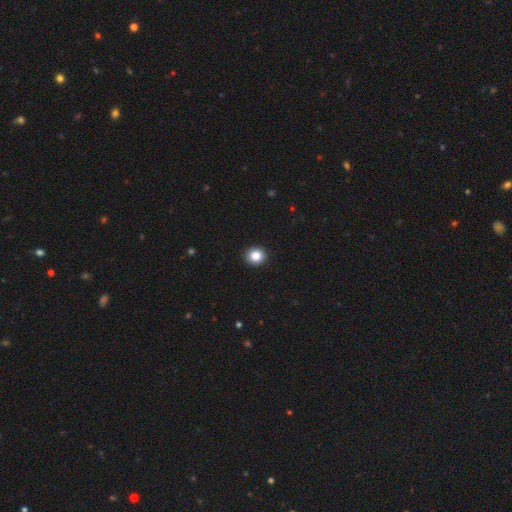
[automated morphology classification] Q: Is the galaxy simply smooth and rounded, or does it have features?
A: smooth — 85%.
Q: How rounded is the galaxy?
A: round — 86%.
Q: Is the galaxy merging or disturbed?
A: none — 93%.